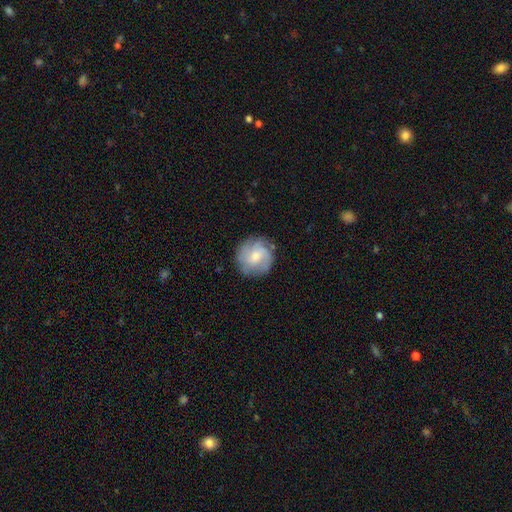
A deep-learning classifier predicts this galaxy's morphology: A featured or disk galaxy (52%) with no bar (62%), spiral arms (83%) and a moderate central bulge (51%).

Vote fractions:
- Smooth or featured? featured or disk: 52% / smooth: 41% / star or artifact: 7%
- Edge-on disk? no: 98% / yes: 2%
- Bar? no: 62% / weak: 33% / strong: 5%
- Spiral arms? yes: 83% / no: 17%
- Bulge size? moderate: 51% / small: 40% / large: 5% / none: 3% / dominant: 1%
- Merging? none: 77% / minor disturbance: 16% / major disturbance: 5% / merger: 1%